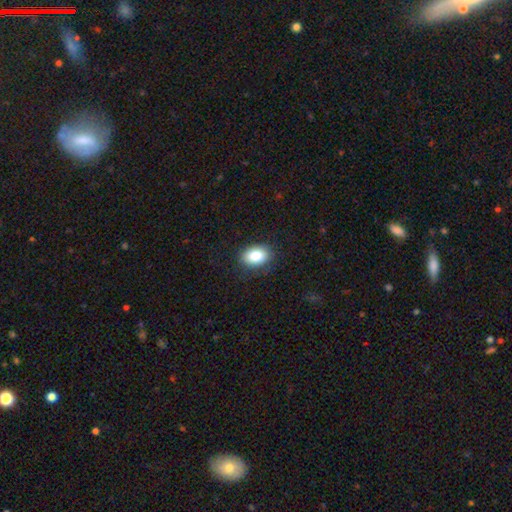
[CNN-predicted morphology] Q: Smooth or featured?
A: smooth (85%); runner-up: star or artifact (8%)
Q: How rounded?
A: in between (82%); runner-up: round (17%)
Q: Merging?
A: none (85%); runner-up: minor disturbance (11%)